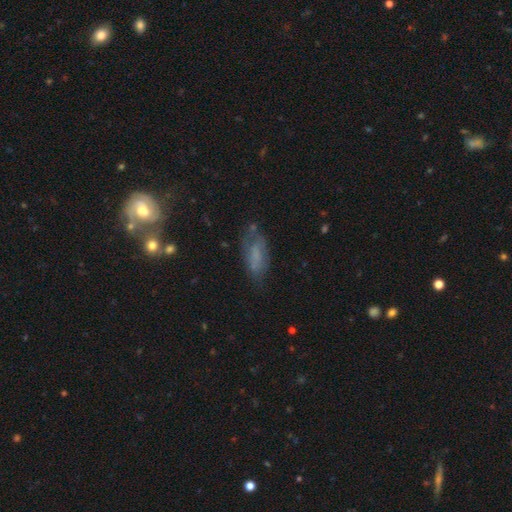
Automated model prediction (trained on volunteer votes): smooth-or-featured: smooth: 53% | featured or disk: 34% | star or artifact: 13%
  how-rounded: in between: 75% | cigar-shaped: 22% | round: 3%
  merging: none: 57% | minor disturbance: 26% | major disturbance: 13% | merger: 4%